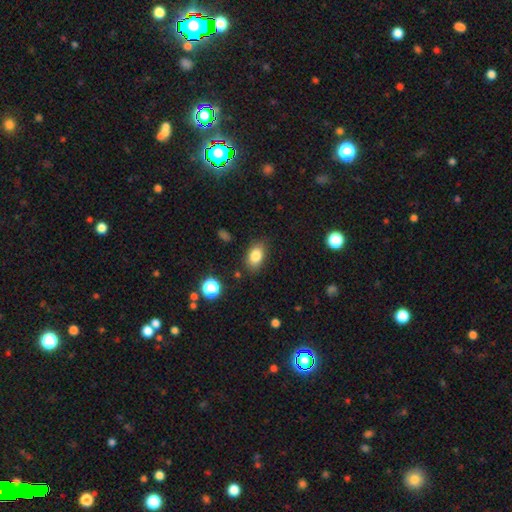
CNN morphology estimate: Smooth or featured?
  - smooth: 82% *
  - star or artifact: 10%
  - featured or disk: 8%
How rounded?
  - in between: 83% *
  - round: 15%
  - cigar-shaped: 2%
Merging?
  - none: 82% *
  - minor disturbance: 13%
  - major disturbance: 3%
  - merger: 2%